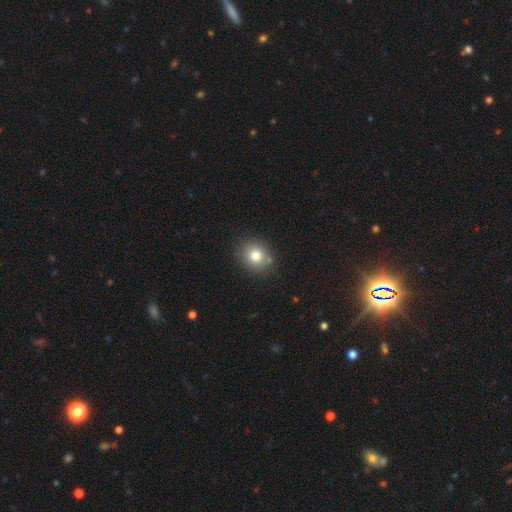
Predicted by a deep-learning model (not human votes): smooth_or_featured: smooth (p=0.77) [alt: star or artifact p=0.13]
how_rounded: round (p=0.75) [alt: in between p=0.24]
merging: none (p=0.83) [alt: minor disturbance p=0.10]